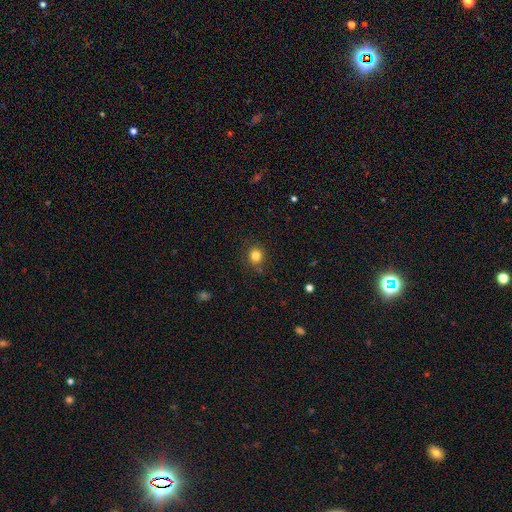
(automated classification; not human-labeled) Smooth or featured?
  - smooth: 82% *
  - star or artifact: 12%
  - featured or disk: 5%
How rounded?
  - round: 84% *
  - in between: 15%
  - cigar-shaped: 1%
Merging?
  - none: 84% *
  - minor disturbance: 11%
  - major disturbance: 3%
  - merger: 2%